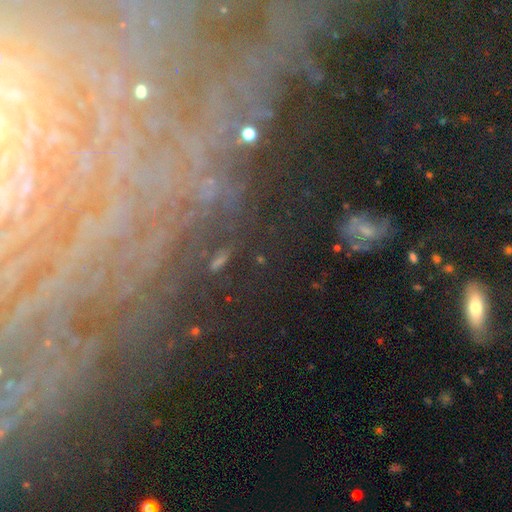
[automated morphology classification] This appears to be a featured or disk galaxy (52%). Merging: none (79%).